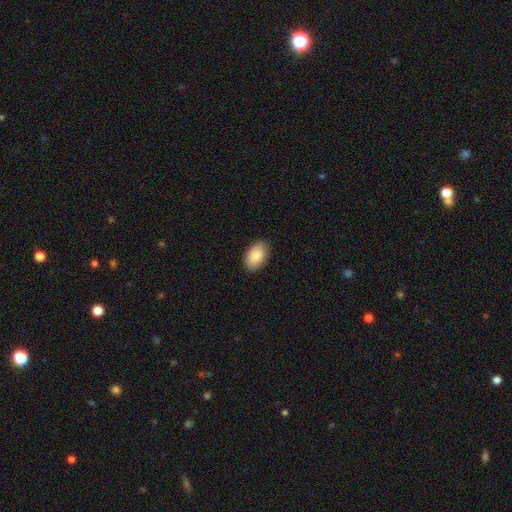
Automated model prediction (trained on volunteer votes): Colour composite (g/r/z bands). It shows a smooth galaxy with no disk features (89%) that is in between round and cigar-shaped (93%). Merging: none (88%).